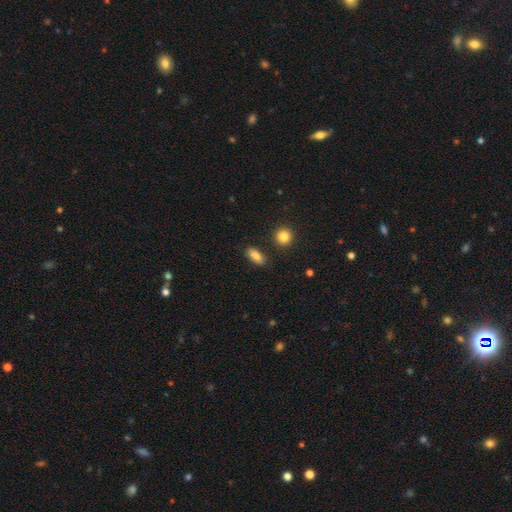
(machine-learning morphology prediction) Smooth or featured: smooth — 83% (featured or disk — 9%)
How rounded: in between — 82% (cigar-shaped — 13%)
Merging: none — 84% (minor disturbance — 10%)